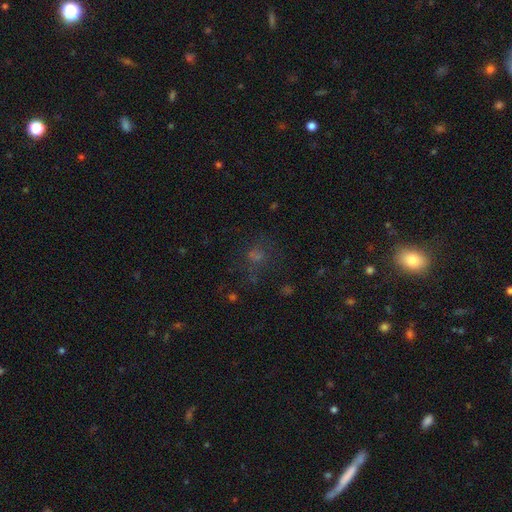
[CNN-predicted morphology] The model was most divided on "smooth or featured": star or artifact: 46%, smooth: 37%, featured or disk: 17%.